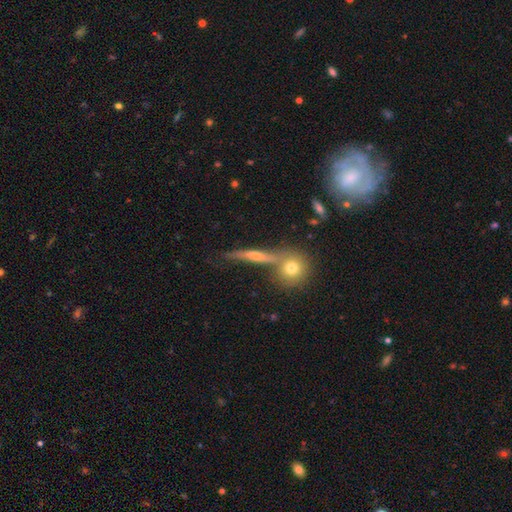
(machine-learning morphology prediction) A featured or disk galaxy (45%). Merging: none (66%).